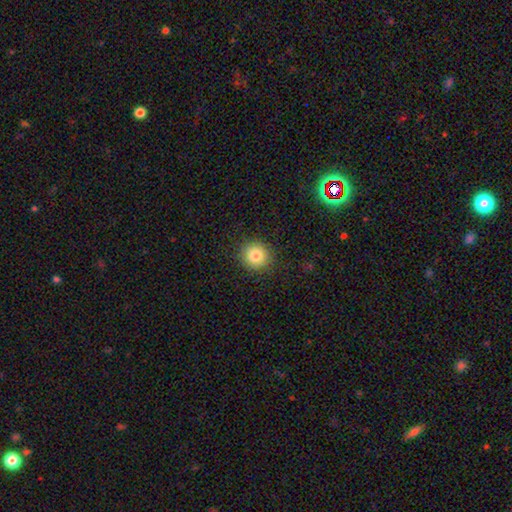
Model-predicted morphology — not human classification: A smooth galaxy with no disk features (82%) that is round (91%).

Vote fractions:
- Smooth or featured? smooth: 82% / star or artifact: 11% / featured or disk: 7%
- How rounded? round: 91% / in between: 8% / cigar-shaped: 1%
- Merging? none: 90% / minor disturbance: 7% / major disturbance: 2% / merger: 1%